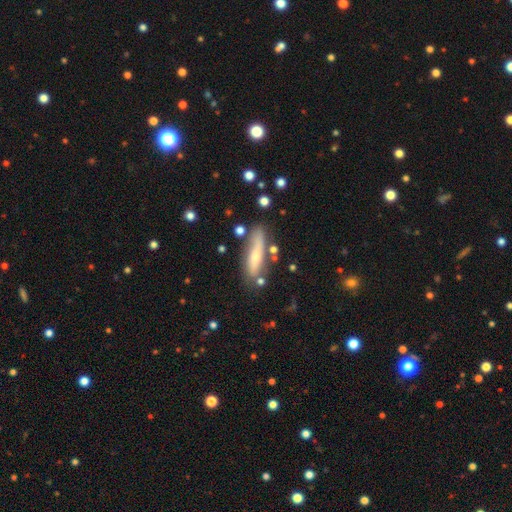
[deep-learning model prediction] Smooth or featured?
  - smooth: 54% *
  - featured or disk: 39%
  - star or artifact: 7%
How rounded?
  - cigar-shaped: 70% *
  - in between: 28%
  - round: 2%
Merging?
  - none: 70% *
  - minor disturbance: 18%
  - merger: 7%
  - major disturbance: 5%